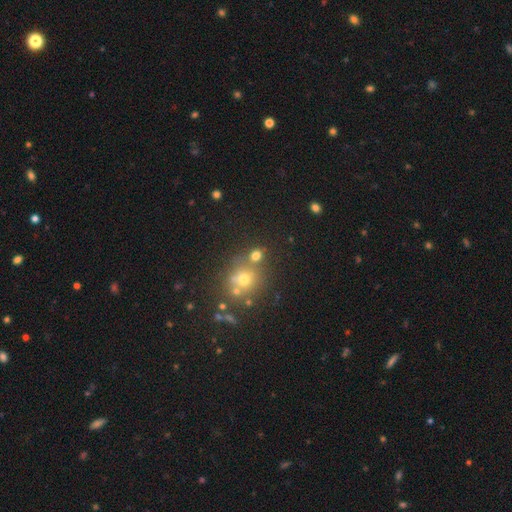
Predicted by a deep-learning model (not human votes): smooth-or-featured: smooth: 65% | star or artifact: 22% | featured or disk: 13%
  how-rounded: round: 78% | in between: 20% | cigar-shaped: 1%
  merging: none: 60% | merger: 24% | minor disturbance: 11% | major disturbance: 5%